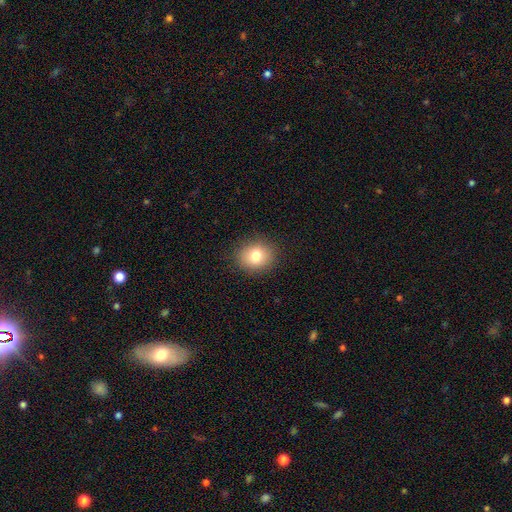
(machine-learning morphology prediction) smooth 79%, star or artifact 11%, featured or disk 10%. Down the decision tree: how rounded — round (68%); merging — none (89%).